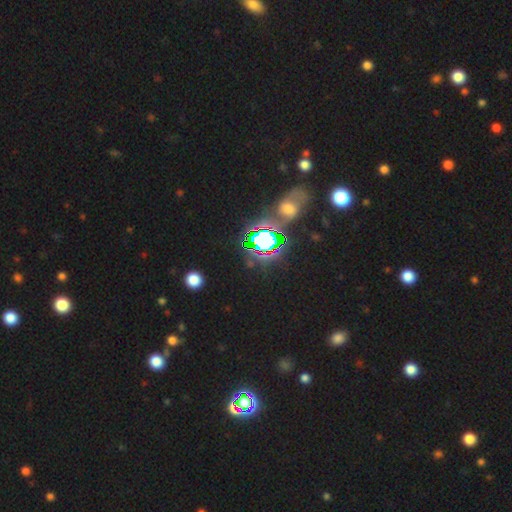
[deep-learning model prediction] The model was most divided on "smooth or featured": star or artifact: 79%, smooth: 13%, featured or disk: 8%.